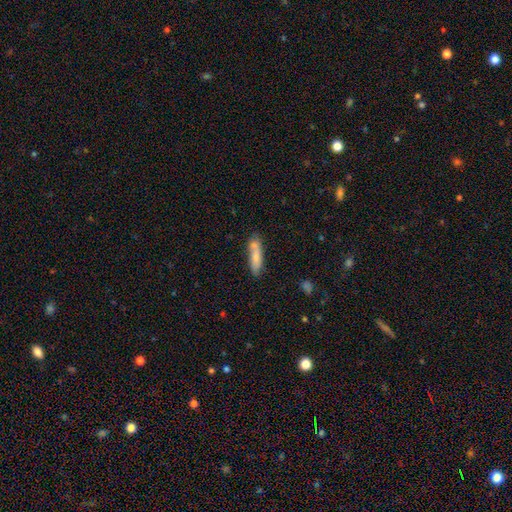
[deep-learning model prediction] This is likely a smooth galaxy (75%). How rounded: likely cigar-shaped (74%). Merging: likely none (63%).